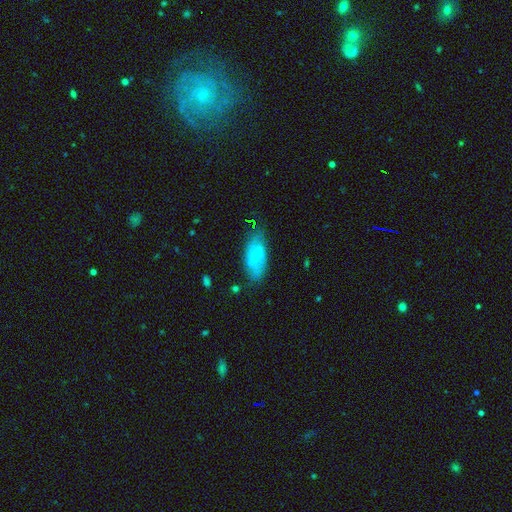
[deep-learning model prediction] smooth 55%, featured or disk 37%, star or artifact 8%. Down the decision tree: how rounded — in between (83%); merging — none (62%).